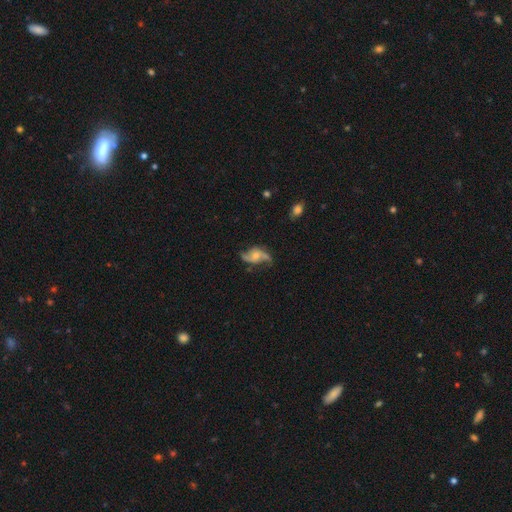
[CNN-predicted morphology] This appears to be a featured or disk galaxy (82%) with no bar (63%), 2 (91%) loose (71%) spiral arms (94%) and a moderate central bulge (46%). Merging: none (67%).